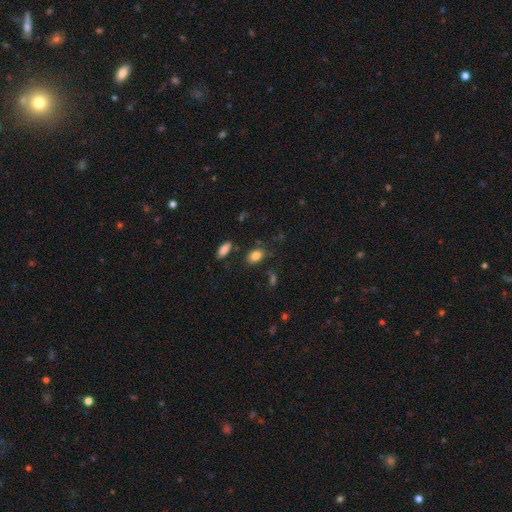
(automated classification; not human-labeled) The model was most divided on "how rounded": in between: 79%, round: 19%, cigar-shaped: 2%. More confident: smooth or featured — smooth (84%); merging — none (78%).